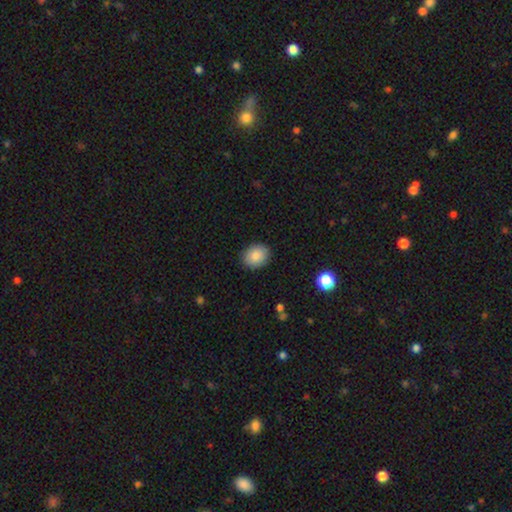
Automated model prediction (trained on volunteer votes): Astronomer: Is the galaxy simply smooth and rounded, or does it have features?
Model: smooth — 87%.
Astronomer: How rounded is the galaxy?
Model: in between — 51% (runner-up: round, 48%).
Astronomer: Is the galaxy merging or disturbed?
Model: none — 89%.